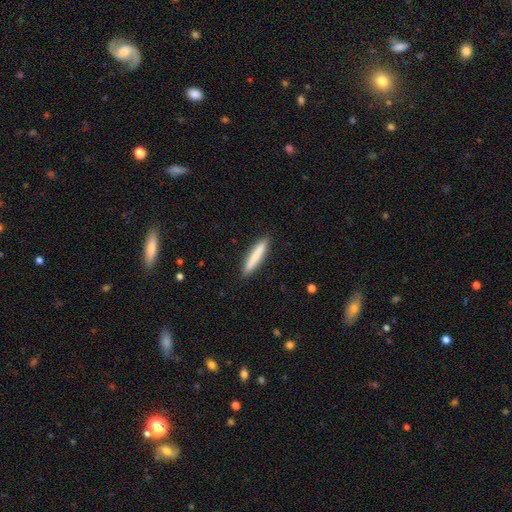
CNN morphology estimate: Smooth or featured: smooth — 78% (featured or disk — 17%)
How rounded: cigar-shaped — 93% (in between — 6%)
Merging: none — 91% (minor disturbance — 7%)